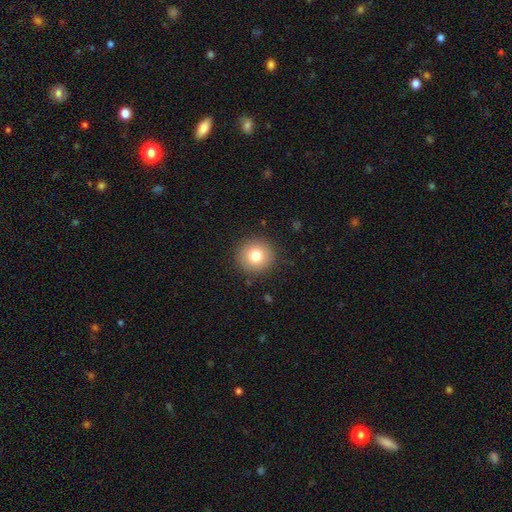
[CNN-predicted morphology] Smooth or featured? Predicted: smooth (p=0.78). How rounded? Predicted: round (p=0.94). Merging? Predicted: none (p=0.90).